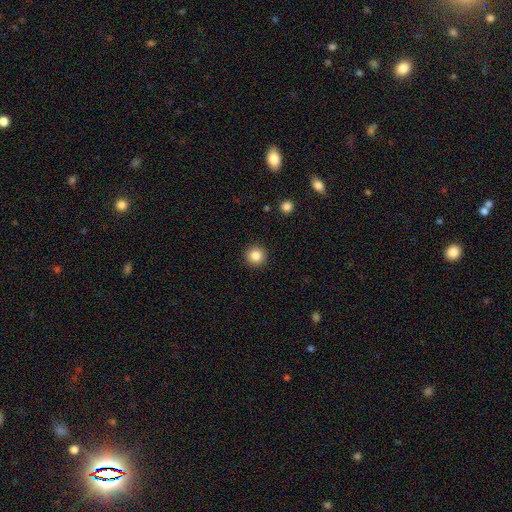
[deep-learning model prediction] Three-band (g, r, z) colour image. It shows a smooth galaxy with no disk features (85%) that is round (94%). Merging: none (92%).